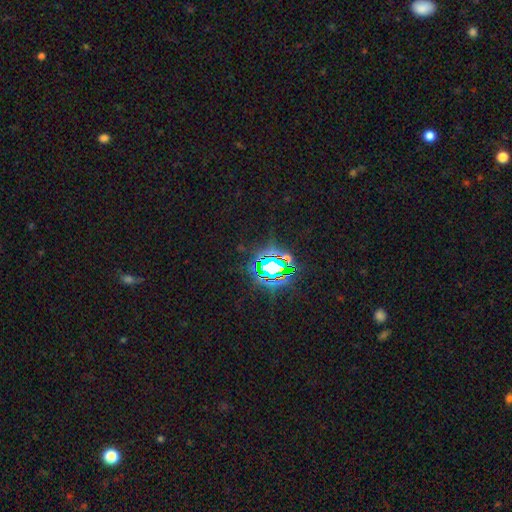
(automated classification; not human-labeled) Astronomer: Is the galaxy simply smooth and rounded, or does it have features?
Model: star or artifact — 81%.